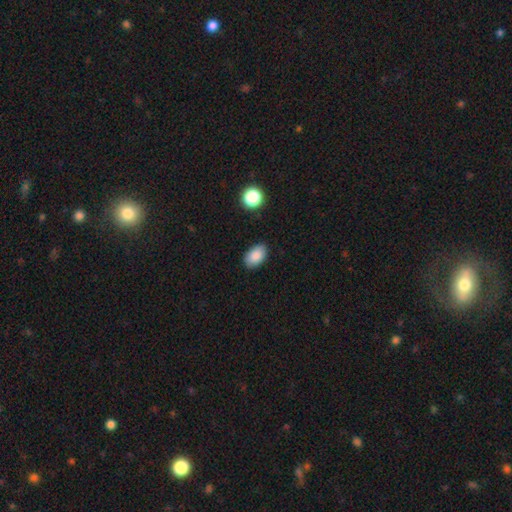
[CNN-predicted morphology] A smooth galaxy with no disk features (87%) that is in between round and cigar-shaped (91%).

Vote fractions:
- Smooth or featured? smooth: 87% / star or artifact: 8% / featured or disk: 5%
- How rounded? in between: 91% / round: 7% / cigar-shaped: 1%
- Merging? none: 86% / minor disturbance: 10% / major disturbance: 2% / merger: 2%